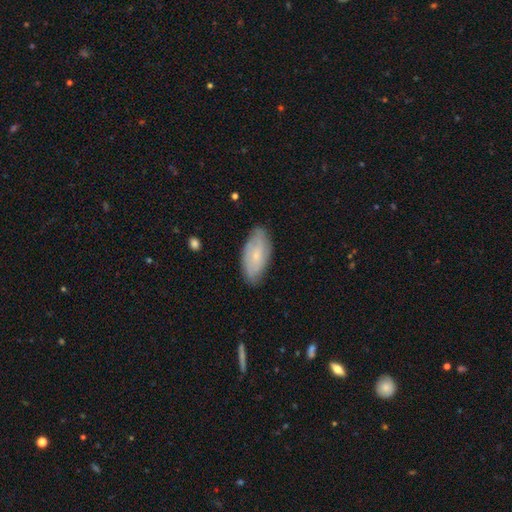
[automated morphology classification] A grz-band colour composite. It shows a smooth galaxy with no disk features (54%) that is in between round and cigar-shaped (90%). Merging: none (78%).